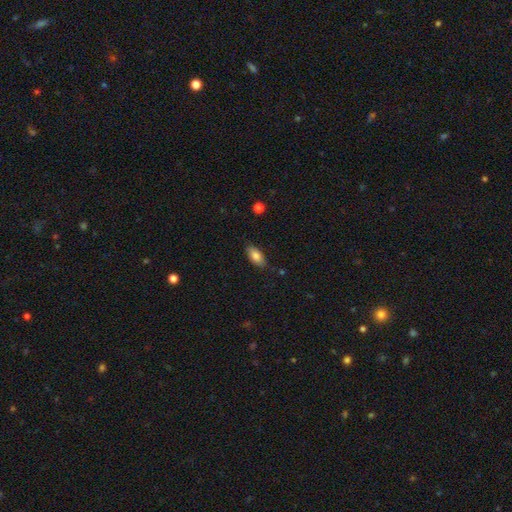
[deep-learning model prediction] Morphology: type=smooth (81%); roundness=in between (88%); merging=none (83%).